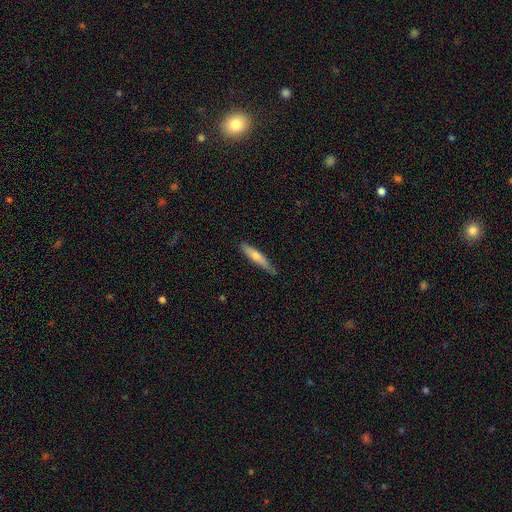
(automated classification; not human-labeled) Morphology: type=smooth (47%); merging=none (83%).